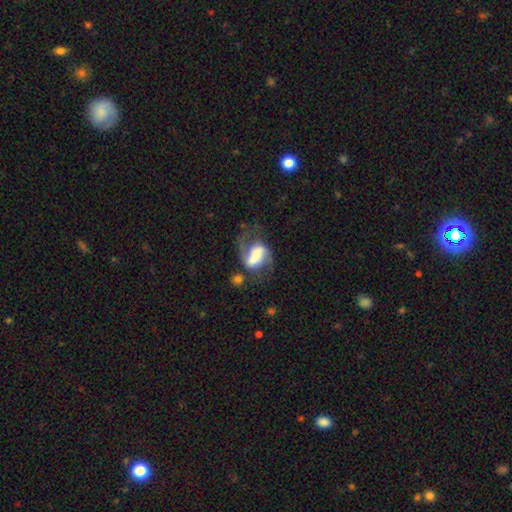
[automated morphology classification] Smooth or featured: featured or disk — 68% (smooth — 24%)
Edge-on disk: no — 97% (yes — 3%)
Bar: strong — 47% (weak — 30%)
Spiral arms: yes — 86% (no — 14%)
Spiral winding: loose — 48% (medium — 40%)
Spiral arm count: 2 — 84% (1 — 8%)
Bulge size: large — 32% (none — 19%)
Merging: none — 41% (major disturbance — 27%)